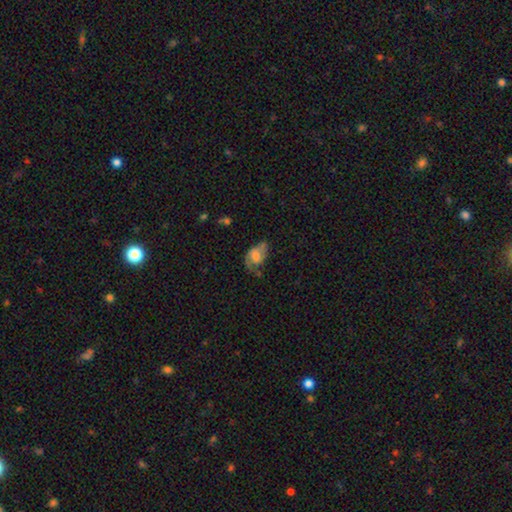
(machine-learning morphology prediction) smooth-or-featured: featured or disk: 50% | smooth: 42% | star or artifact: 8%
  merging: none: 35% | major disturbance: 31% | minor disturbance: 30% | merger: 5%